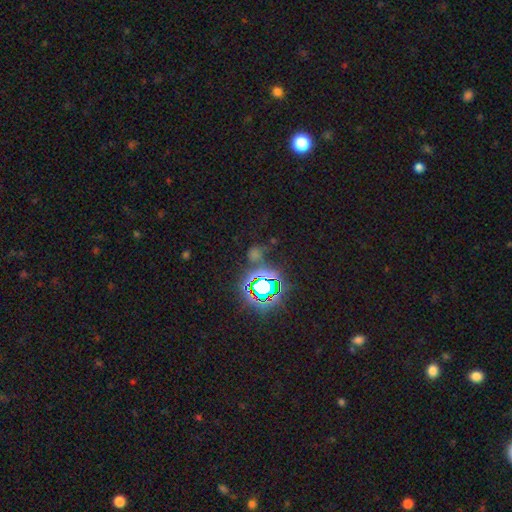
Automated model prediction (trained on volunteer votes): smooth_or_featured: star or artifact (p=0.73) [alt: smooth p=0.19]